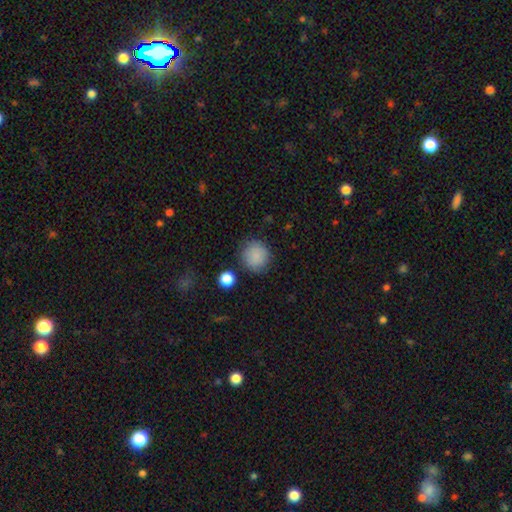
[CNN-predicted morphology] smooth_or_featured: smooth (p=0.86) [alt: star or artifact p=0.09]
how_rounded: round (p=0.91) [alt: in between p=0.08]
merging: none (p=0.82) [alt: minor disturbance p=0.12]